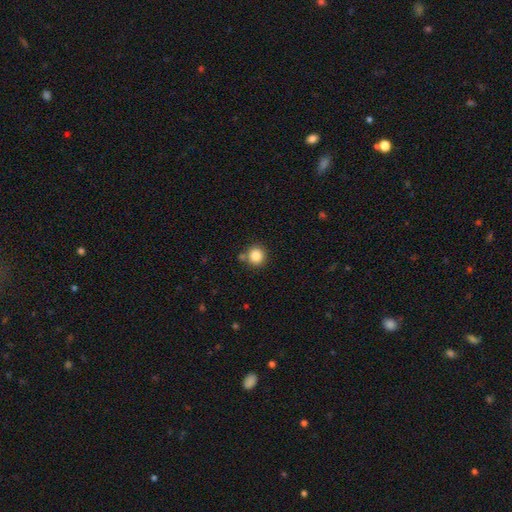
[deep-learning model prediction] Q: Smooth or featured?
A: smooth (85%); runner-up: star or artifact (10%)
Q: How rounded?
A: round (90%); runner-up: in between (9%)
Q: Merging?
A: none (79%); runner-up: minor disturbance (9%)